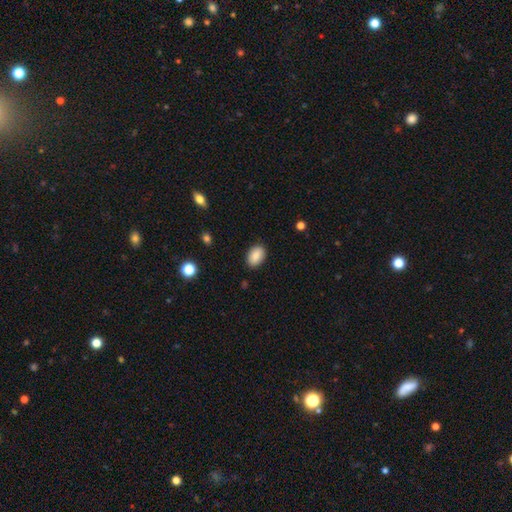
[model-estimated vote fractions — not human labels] smooth-or-featured: smooth: 87% | star or artifact: 7% | featured or disk: 6%
  how-rounded: in between: 87% | round: 11% | cigar-shaped: 1%
  merging: none: 87% | minor disturbance: 10% | major disturbance: 2% | merger: 1%